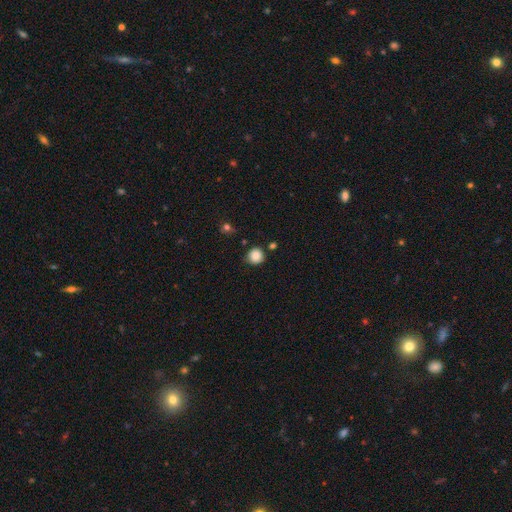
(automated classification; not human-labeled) Morphology: type=smooth (86%); roundness=round (92%); merging=none (82%).